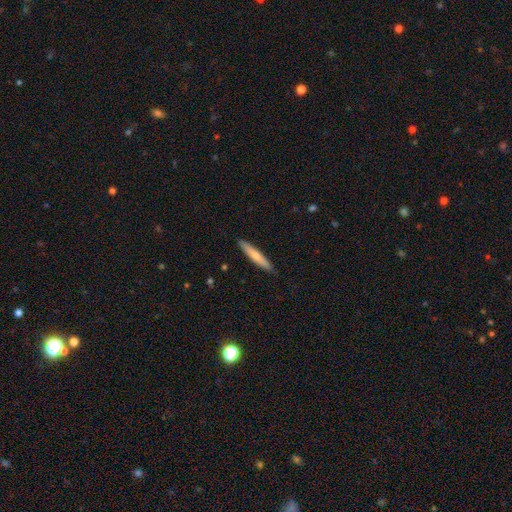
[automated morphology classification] Overall: smooth (64%; featured or disk 31%). How rounded: cigar-shaped (92%). Merging: none (90%).